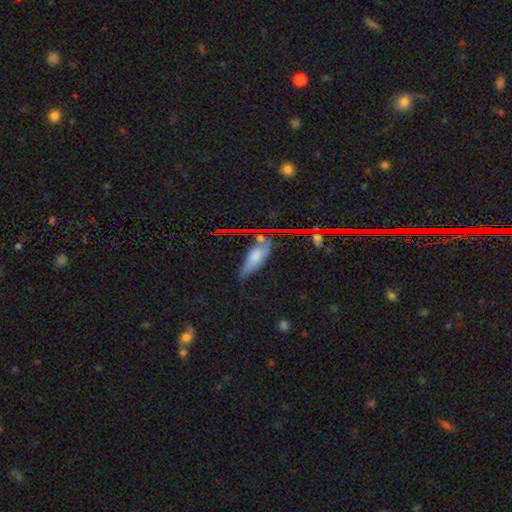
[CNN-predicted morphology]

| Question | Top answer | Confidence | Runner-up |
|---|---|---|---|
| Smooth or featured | star or artifact | 37% | featured or disk (36%) |